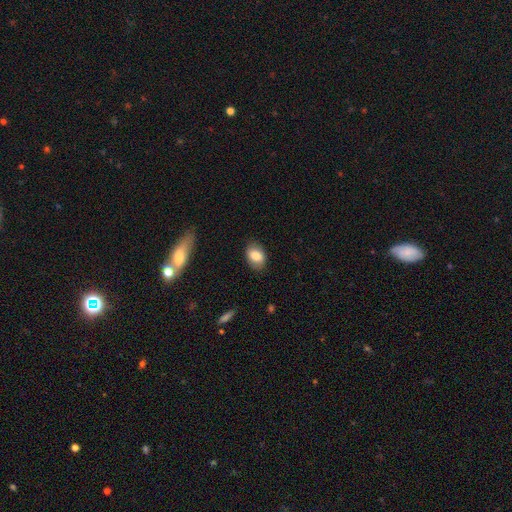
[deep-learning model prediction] A smooth galaxy with no disk features (81%) that is in between round and cigar-shaped (82%).

Vote fractions:
- Smooth or featured? smooth: 81% / featured or disk: 12% / star or artifact: 7%
- How rounded? in between: 82% / round: 17% / cigar-shaped: 1%
- Merging? none: 83% / minor disturbance: 13% / major disturbance: 3% / merger: 1%